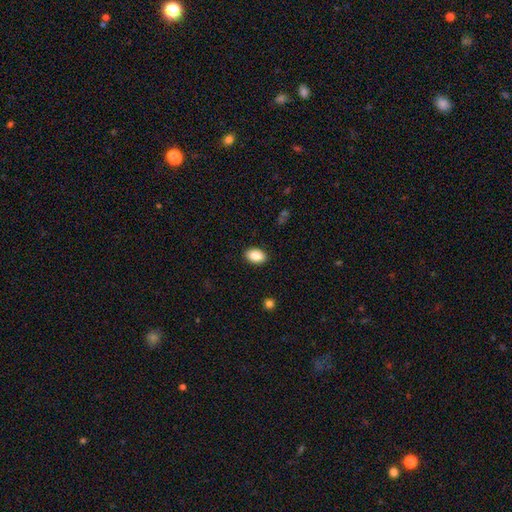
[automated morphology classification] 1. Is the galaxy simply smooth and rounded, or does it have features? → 88% smooth, 7% star or artifact, 5% featured or disk.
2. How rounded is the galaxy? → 90% in between, 9% round, 1% cigar-shaped.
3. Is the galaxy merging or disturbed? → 90% none, 7% minor disturbance, 2% major disturbance, 1% merger.